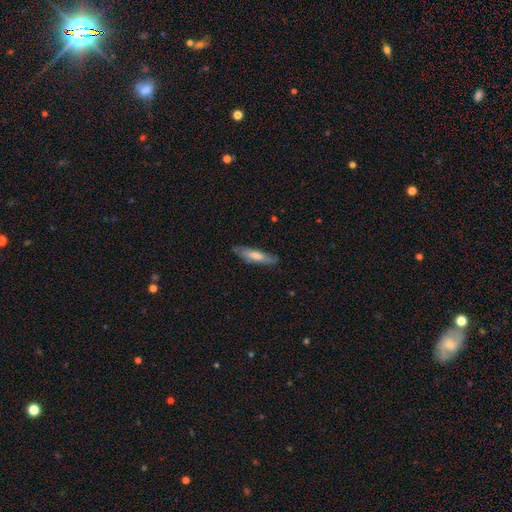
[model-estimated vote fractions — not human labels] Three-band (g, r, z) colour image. It shows a smooth galaxy with no disk features (61%) that is cigar-shaped (67%). Merging: none (76%).